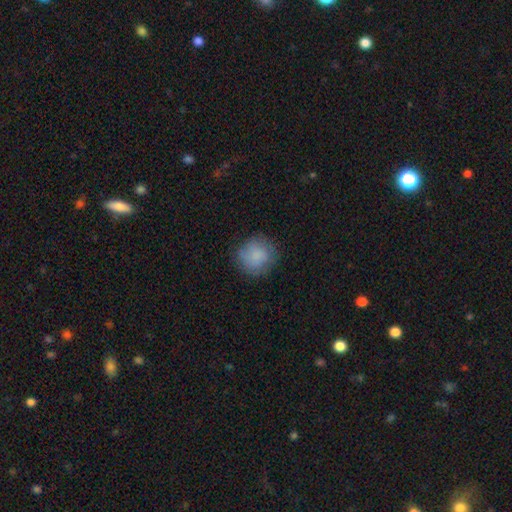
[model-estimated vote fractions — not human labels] This appears to be a smooth galaxy with no disk features (82%) that is round (87%). Merging: none (77%).